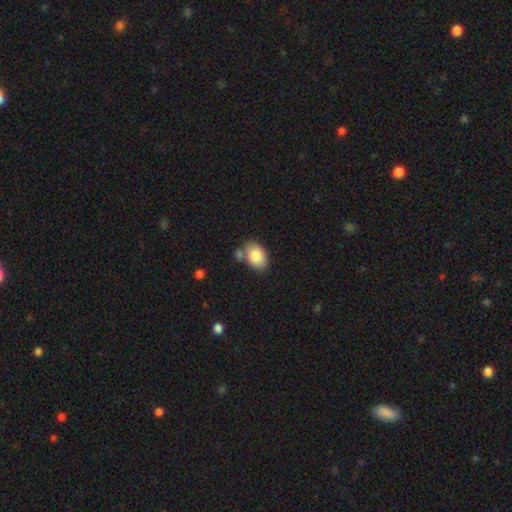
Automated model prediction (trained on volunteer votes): A smooth galaxy with no disk features (85%) that is in between round and cigar-shaped (84%). Merging: none (60%).